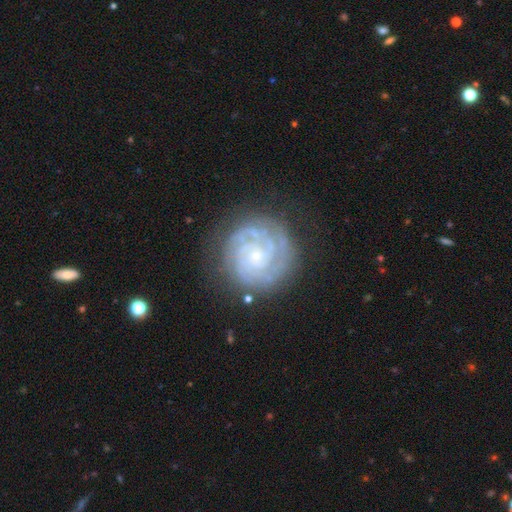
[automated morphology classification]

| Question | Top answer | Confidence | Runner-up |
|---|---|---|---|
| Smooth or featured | featured or disk | 86% | smooth (8%) |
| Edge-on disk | no | 98% | yes (2%) |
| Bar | no | 76% | weak (19%) |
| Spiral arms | yes | 97% | no (3%) |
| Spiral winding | tight | 81% | medium (16%) |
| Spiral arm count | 3 | 26% | 2 (25%) |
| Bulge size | small | 78% | moderate (15%) |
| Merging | none | 78% | minor disturbance (15%) |